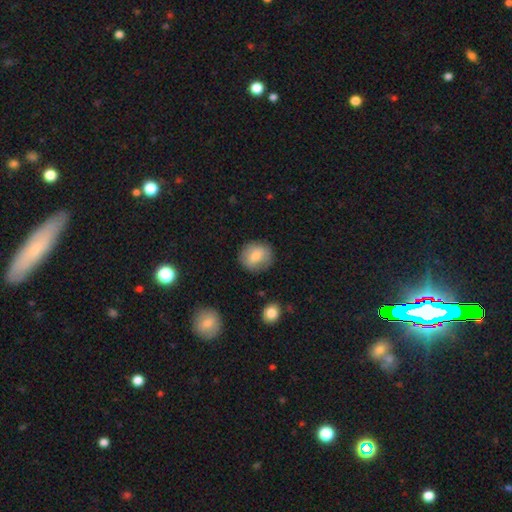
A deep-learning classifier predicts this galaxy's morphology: Smooth or featured? Predicted: smooth (p=0.76). How rounded? Predicted: round (p=0.82). Merging? Predicted: none (p=0.84).